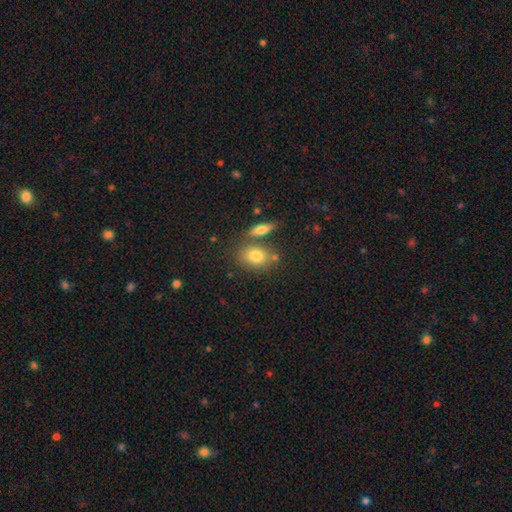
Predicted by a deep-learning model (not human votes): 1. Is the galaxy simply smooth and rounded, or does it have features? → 79% smooth, 12% featured or disk, 8% star or artifact.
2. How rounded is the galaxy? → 72% in between, 25% round, 3% cigar-shaped.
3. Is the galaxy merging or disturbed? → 63% none, 21% merger, 12% minor disturbance, 4% major disturbance.